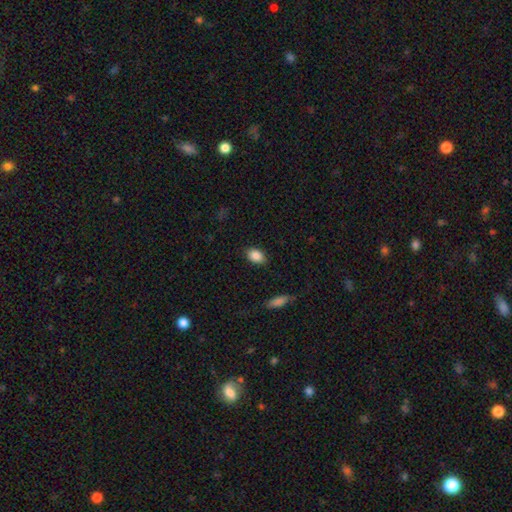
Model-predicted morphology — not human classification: Q: Smooth or featured?
A: smooth (86%); runner-up: star or artifact (8%)
Q: How rounded?
A: in between (82%); runner-up: round (16%)
Q: Merging?
A: none (86%); runner-up: minor disturbance (10%)